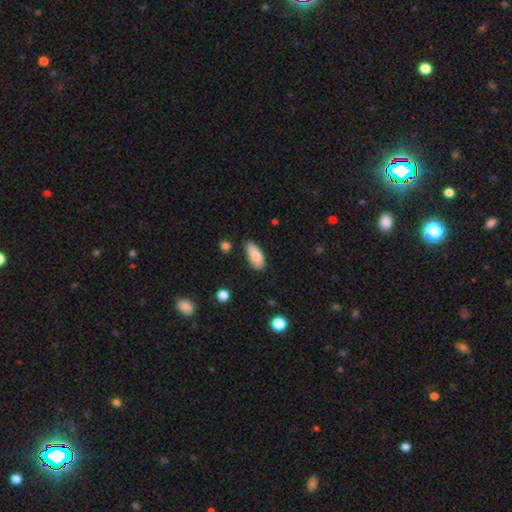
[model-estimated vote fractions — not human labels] A smooth galaxy with no disk features (81%) that is in between round and cigar-shaped (89%).

Vote fractions:
- Smooth or featured? smooth: 81% / featured or disk: 12% / star or artifact: 6%
- How rounded? in between: 89% / cigar-shaped: 9% / round: 2%
- Merging? none: 74% / minor disturbance: 20% / major disturbance: 3% / merger: 2%